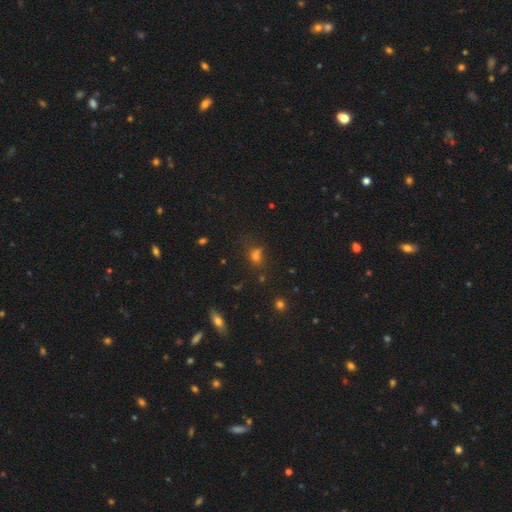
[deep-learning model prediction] This is possibly a smooth galaxy (59%). How rounded: possibly round (56%). Merging: possibly none (54%).